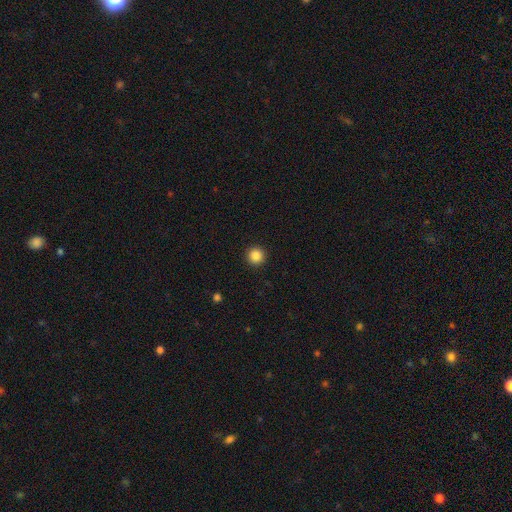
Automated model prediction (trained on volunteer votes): Morphology: type=smooth (87%); roundness=round (96%); merging=none (93%).